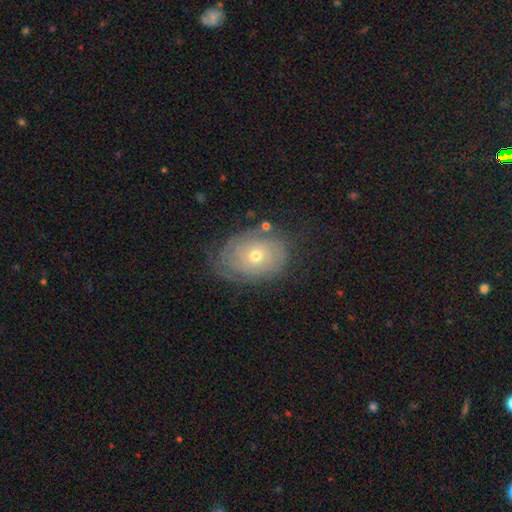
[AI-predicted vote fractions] A featured or disk galaxy (62%) with no bar (87%), spiral arms (74%) and a moderate central bulge (53%). Merging: none (70%).